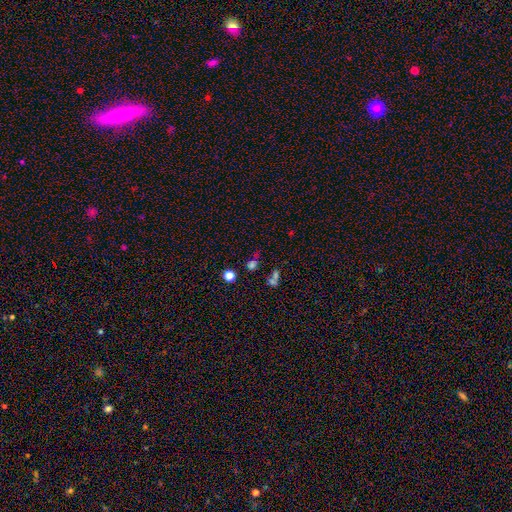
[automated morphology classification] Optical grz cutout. It shows a smooth galaxy with no disk features (58%) that is round (74%). Merging: none (53%).